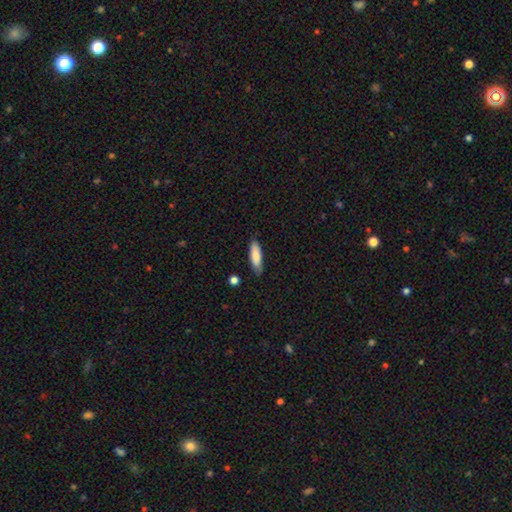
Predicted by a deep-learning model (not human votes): The model was most divided on "how rounded": cigar-shaped: 56%, in between: 43%, round: 2%. More confident: smooth or featured — smooth (84%); merging — none (82%).